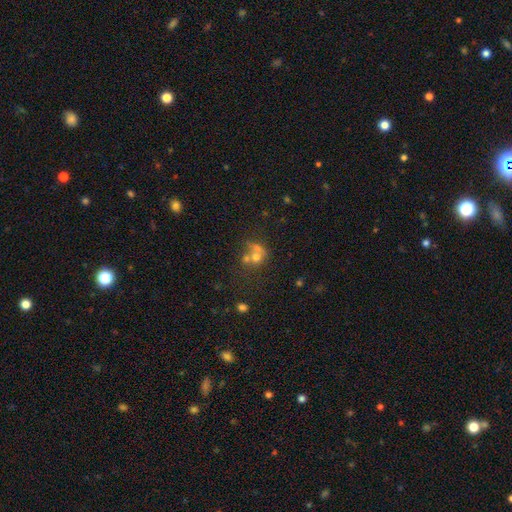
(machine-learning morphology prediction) The model was most divided on "merging": merger: 50%, none: 34%, minor disturbance: 9%, major disturbance: 7%. More confident: how rounded — round (74%); smooth or featured — smooth (53%).